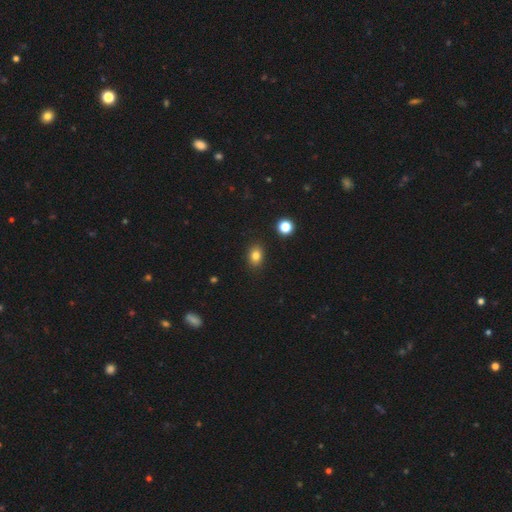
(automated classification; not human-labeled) smooth_or_featured: smooth (p=0.82) [alt: star or artifact p=0.11]
how_rounded: in between (p=0.66) [alt: round p=0.33]
merging: none (p=0.89) [alt: minor disturbance p=0.08]